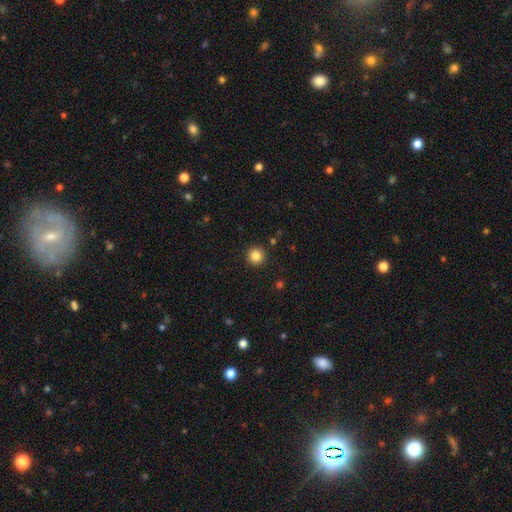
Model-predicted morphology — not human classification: Smooth or featured? Predicted: smooth (p=0.84). How rounded? Predicted: round (p=0.96). Merging? Predicted: none (p=0.92).